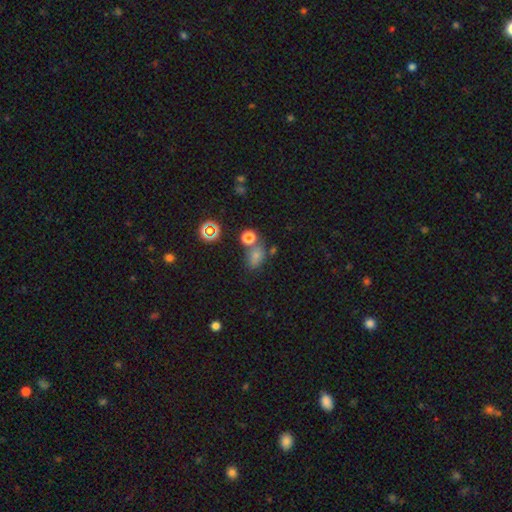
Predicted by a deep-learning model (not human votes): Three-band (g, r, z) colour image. It shows a smooth galaxy with no disk features (66%) that is in between round and cigar-shaped (68%). Merging: none (55%).